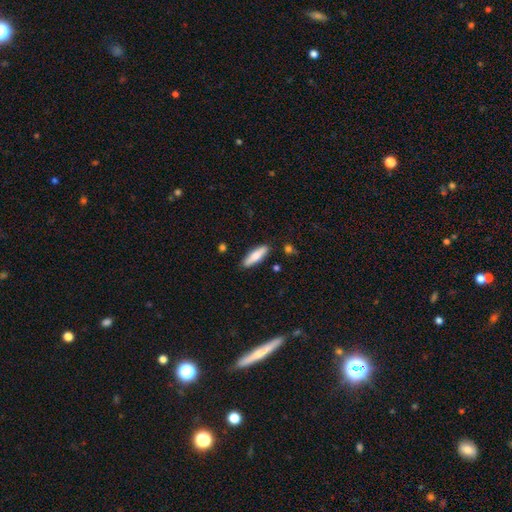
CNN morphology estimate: Smooth or featured?
  - smooth: 72% *
  - featured or disk: 23%
  - star or artifact: 6%
How rounded?
  - cigar-shaped: 63% *
  - in between: 35%
  - round: 2%
Merging?
  - none: 87% *
  - minor disturbance: 9%
  - merger: 2%
  - major disturbance: 2%